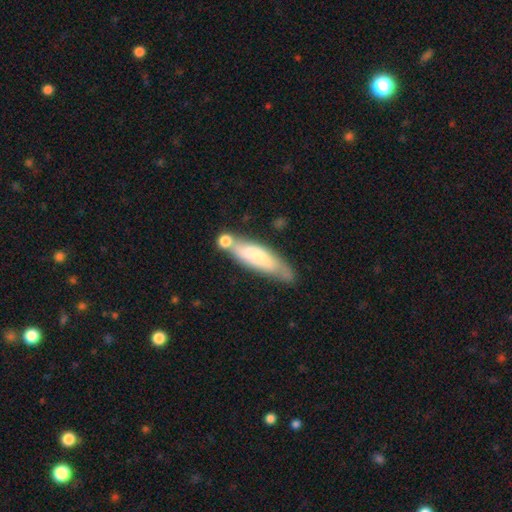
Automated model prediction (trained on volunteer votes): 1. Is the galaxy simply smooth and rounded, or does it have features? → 59% smooth, 35% featured or disk, 6% star or artifact.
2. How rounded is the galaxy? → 66% cigar-shaped, 33% in between, 2% round.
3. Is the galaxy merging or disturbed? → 49% none, 25% merger, 20% minor disturbance, 7% major disturbance.